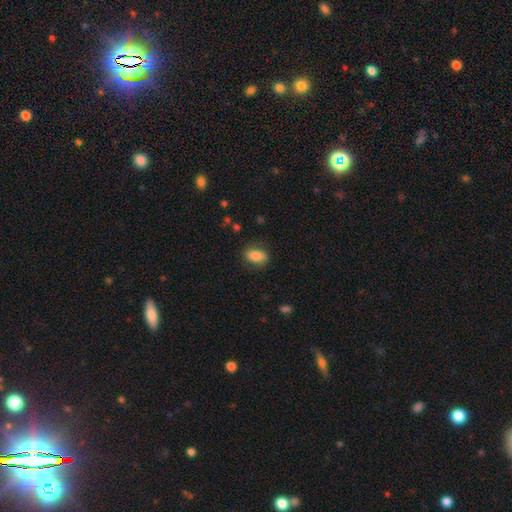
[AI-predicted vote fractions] Smooth or featured? smooth (85%)
How rounded? in between (87%)
Merging? none (78%)